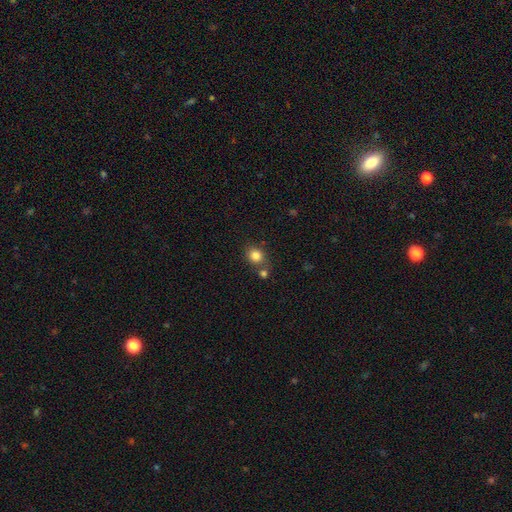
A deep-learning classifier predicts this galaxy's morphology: This appears to be a smooth galaxy with no disk features (83%) that is round (71%). Merging: none (64%).